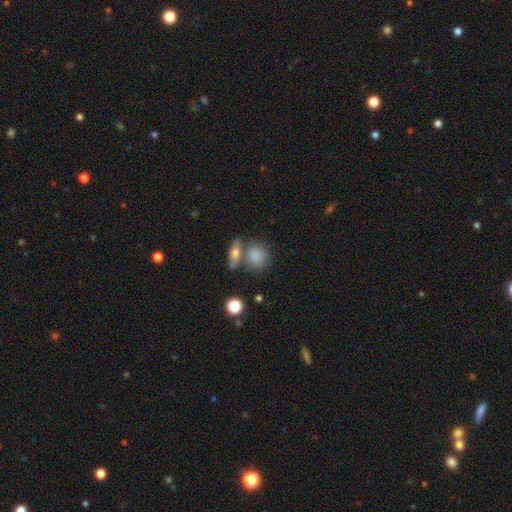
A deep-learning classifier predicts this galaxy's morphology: A smooth galaxy with no disk features (82%) that is round (68%). Merging: none (58%).